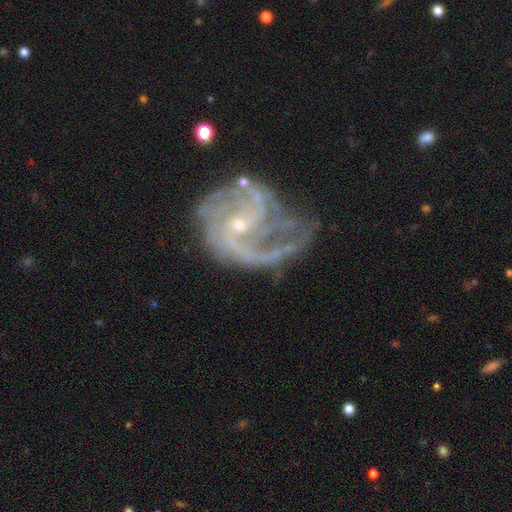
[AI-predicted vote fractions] smooth_or_featured: featured or disk (p=0.86) [alt: star or artifact p=0.08]
disk_edge_on: no (p=0.98) [alt: yes p=0.02]
bar: no (p=0.48) [alt: weak p=0.41]
has_spiral_arms: yes (p=0.94) [alt: no p=0.06]
spiral_winding: medium (p=0.46) [alt: loose p=0.28]
spiral_arm_count: 2 (p=0.41) [alt: can't tell p=0.20]
bulge_size: small (p=0.76) [alt: moderate p=0.20]
merging: none (p=0.44) [alt: major disturbance p=0.29]